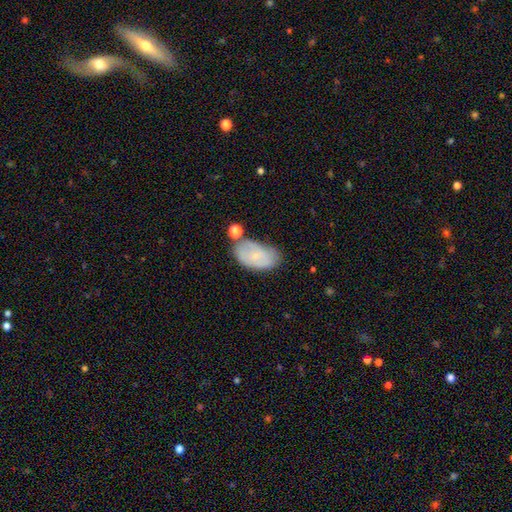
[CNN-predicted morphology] type=smooth (64%); roundness=in between (93%); merging=none (53%).